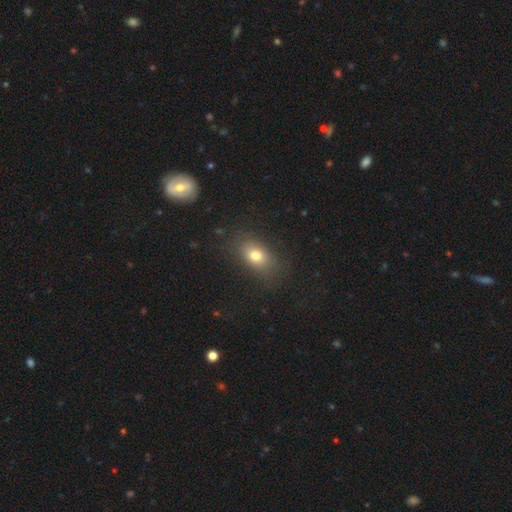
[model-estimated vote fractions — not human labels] This is likely a smooth galaxy (76%). How rounded: likely in between (75%). Merging: clearly none (81%).